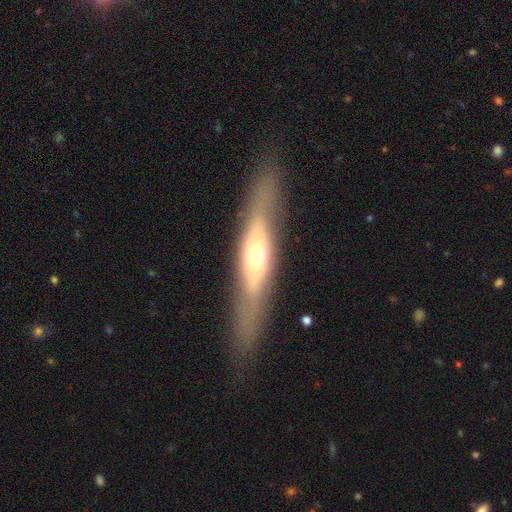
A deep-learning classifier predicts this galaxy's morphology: featured or disk 56%, smooth 37%, star or artifact 6%. Down the decision tree: edge-on disk — yes (78%); merging — none (82%).